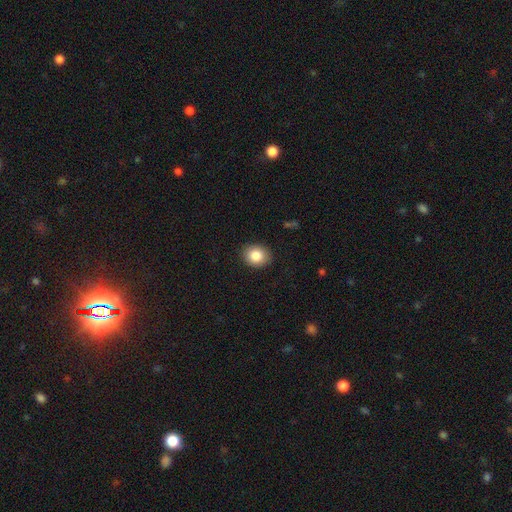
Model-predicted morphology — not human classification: A smooth galaxy with no disk features (85%) that is round (55%). Merging: none (89%).